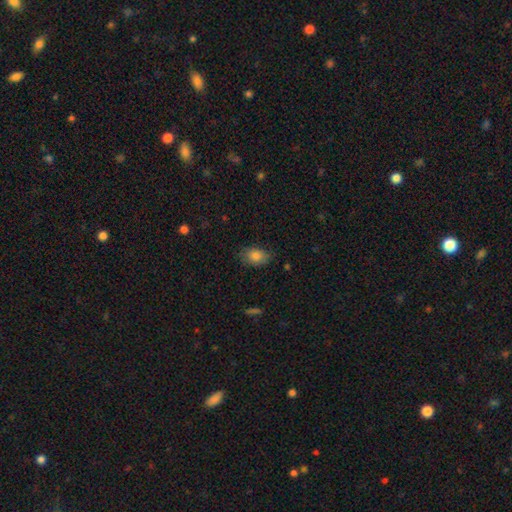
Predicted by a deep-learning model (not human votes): Morphology: type=smooth (83%); roundness=in between (81%); merging=none (78%).